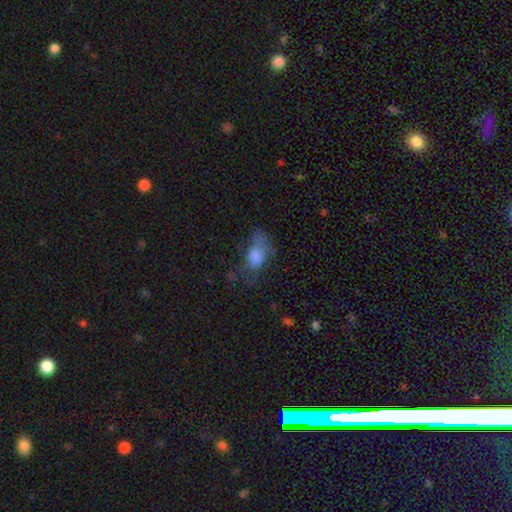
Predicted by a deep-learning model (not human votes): Smooth or featured?
  - smooth: 64% *
  - featured or disk: 24%
  - star or artifact: 12%
How rounded?
  - in between: 81% *
  - round: 11%
  - cigar-shaped: 8%
Merging?
  - major disturbance: 37% *
  - none: 33%
  - minor disturbance: 26%
  - merger: 3%